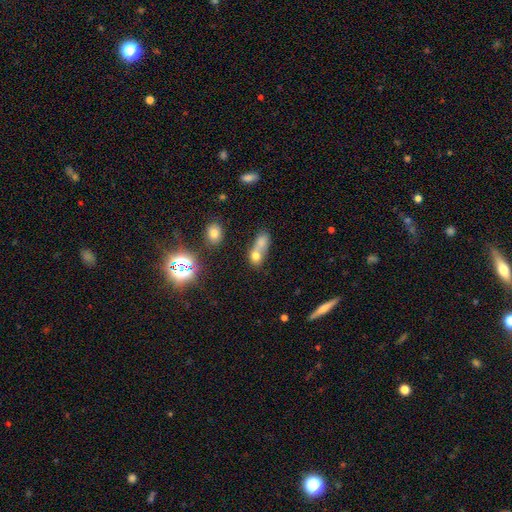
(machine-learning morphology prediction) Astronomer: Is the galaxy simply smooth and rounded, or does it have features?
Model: smooth — 67%.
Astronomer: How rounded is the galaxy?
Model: round — 49% (runner-up: in between, 46%).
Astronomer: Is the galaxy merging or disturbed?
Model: merger — 67%.